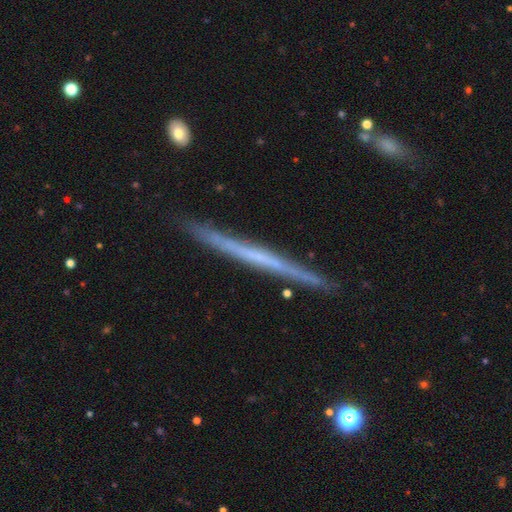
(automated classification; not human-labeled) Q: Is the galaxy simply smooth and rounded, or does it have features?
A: featured or disk — 64%.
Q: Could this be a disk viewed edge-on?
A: yes — 97%.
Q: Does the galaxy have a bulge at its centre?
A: none — 88%.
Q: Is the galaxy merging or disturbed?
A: none — 89%.